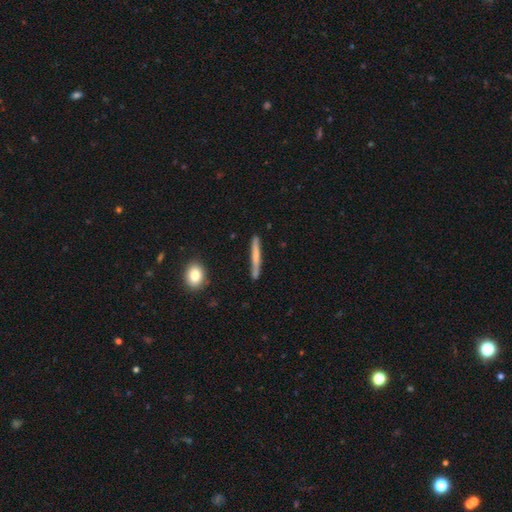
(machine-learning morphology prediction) Q: Smooth or featured?
A: smooth (60%); runner-up: featured or disk (34%)
Q: How rounded?
A: cigar-shaped (95%); runner-up: in between (3%)
Q: Merging?
A: none (85%); runner-up: minor disturbance (11%)